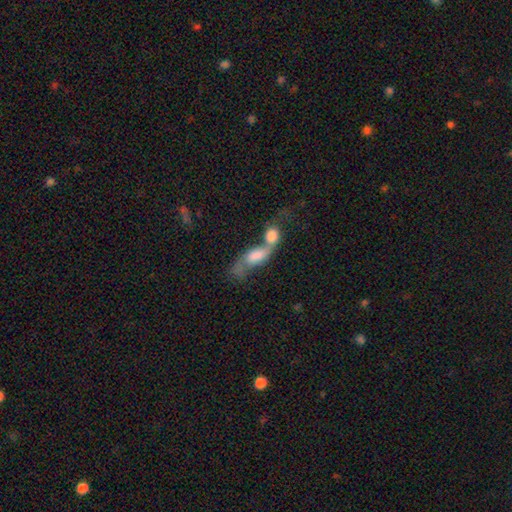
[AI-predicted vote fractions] A smooth galaxy with no disk features (61%) that is in between round and cigar-shaped (73%). Merging: merger (77%).